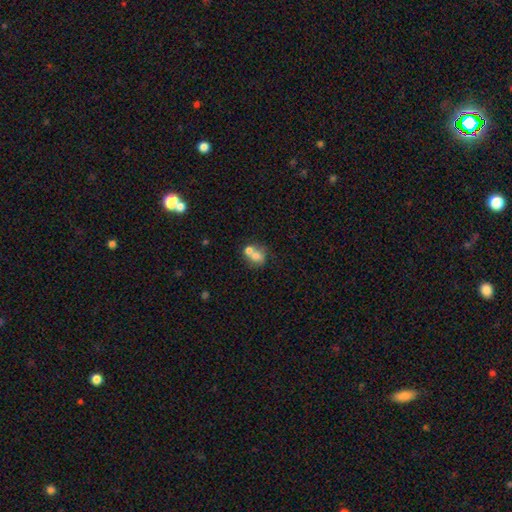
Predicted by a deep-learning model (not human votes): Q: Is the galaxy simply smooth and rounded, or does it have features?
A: smooth — 67%.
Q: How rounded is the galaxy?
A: round — 60%.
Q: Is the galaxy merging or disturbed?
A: merger — 58%.